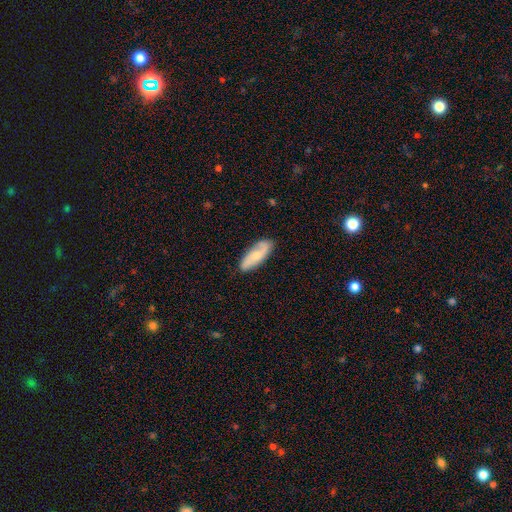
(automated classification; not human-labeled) Smooth or featured?
  - featured or disk: 48% *
  - smooth: 46%
  - star or artifact: 6%
Merging?
  - none: 81% *
  - minor disturbance: 15%
  - major disturbance: 3%
  - merger: 1%